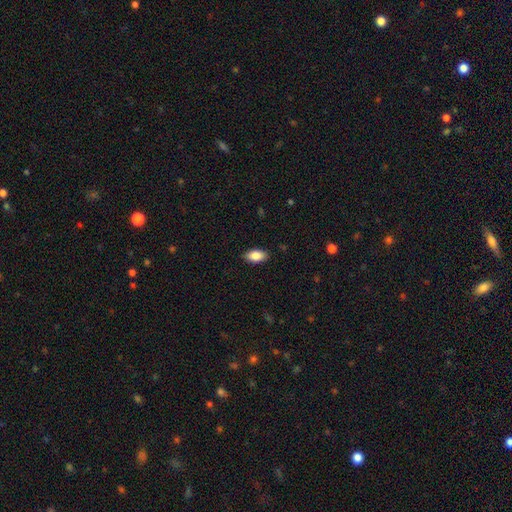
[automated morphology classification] A smooth galaxy with no disk features (86%) that is in between round and cigar-shaped (93%).

Vote fractions:
- Smooth or featured? smooth: 86% / star or artifact: 7% / featured or disk: 7%
- How rounded? in between: 93% / round: 4% / cigar-shaped: 3%
- Merging? none: 88% / minor disturbance: 9% / major disturbance: 2% / merger: 1%